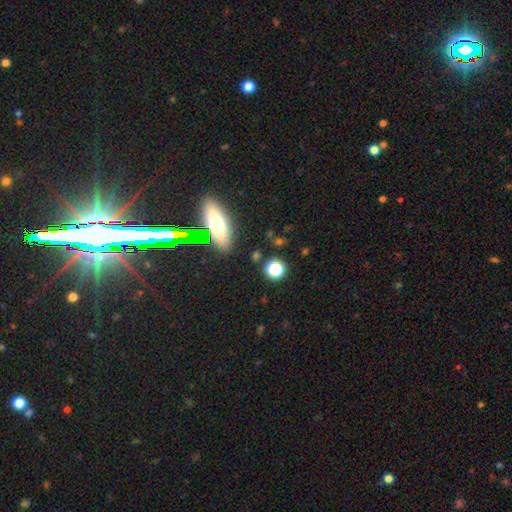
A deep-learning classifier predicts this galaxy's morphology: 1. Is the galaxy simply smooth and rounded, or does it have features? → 53% smooth, 33% star or artifact, 15% featured or disk.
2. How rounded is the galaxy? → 41% in between, 31% round, 28% cigar-shaped.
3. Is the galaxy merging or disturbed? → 80% none, 10% minor disturbance, 6% merger, 4% major disturbance.